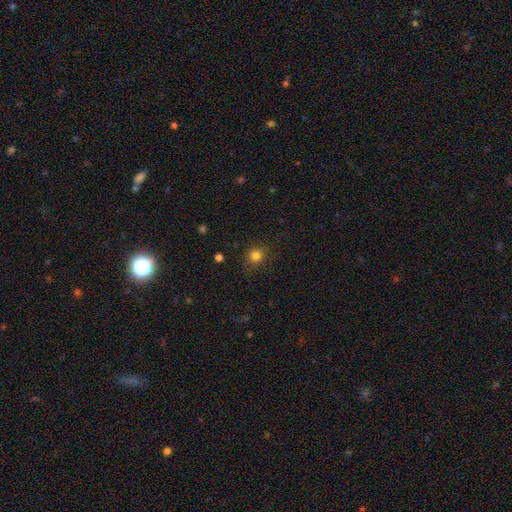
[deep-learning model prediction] A smooth galaxy with no disk features (82%) that is round (86%). Merging: none (85%).